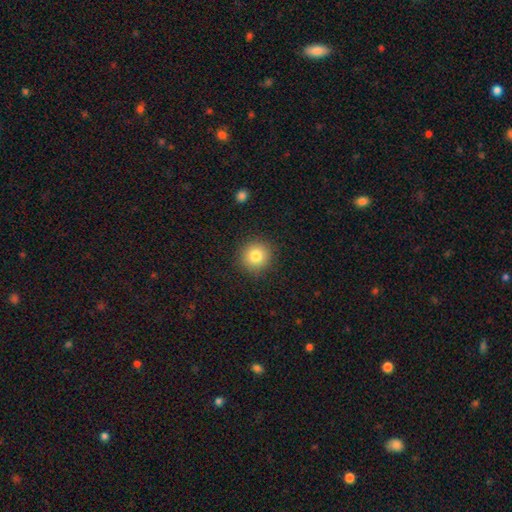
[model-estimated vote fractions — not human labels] The model was most divided on "smooth or featured": smooth: 81%, star or artifact: 11%, featured or disk: 8%. More confident: how rounded — round (91%); merging — none (90%).